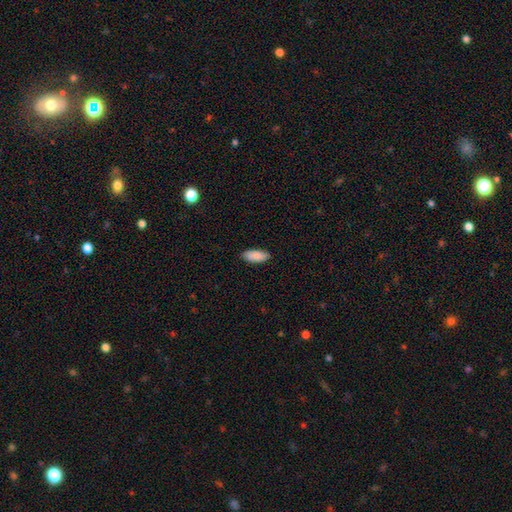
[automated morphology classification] This appears to be a smooth galaxy with no disk features (89%) that is in between round and cigar-shaped (85%). Merging: none (88%).